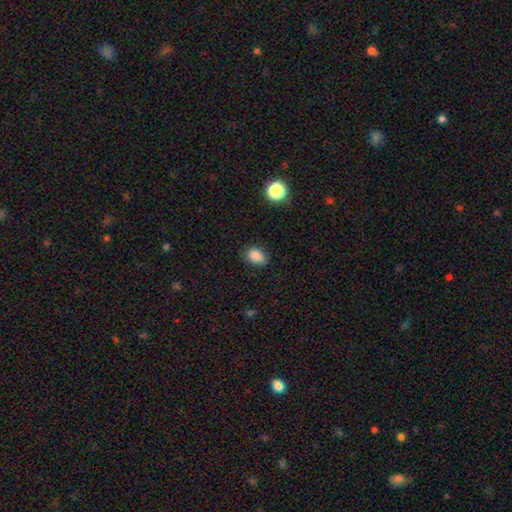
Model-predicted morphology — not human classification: Smooth or featured? Predicted: smooth (p=0.85). How rounded? Predicted: in between (p=0.73). Merging? Predicted: none (p=0.78).